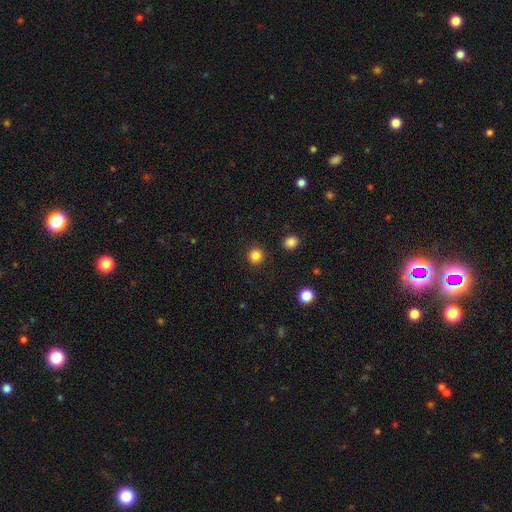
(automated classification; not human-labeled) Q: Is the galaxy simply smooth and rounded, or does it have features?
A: smooth — 85%.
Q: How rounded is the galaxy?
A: round — 94%.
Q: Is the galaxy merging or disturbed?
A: none — 92%.